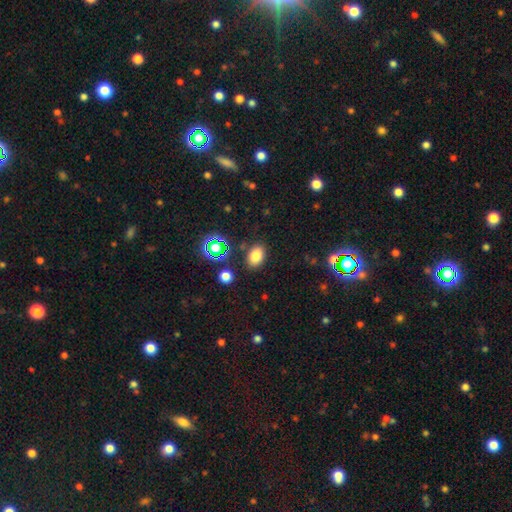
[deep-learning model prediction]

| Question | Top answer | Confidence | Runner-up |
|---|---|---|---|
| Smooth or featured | smooth | 76% | star or artifact (16%) |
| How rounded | in between | 82% | round (17%) |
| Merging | none | 83% | minor disturbance (10%) |